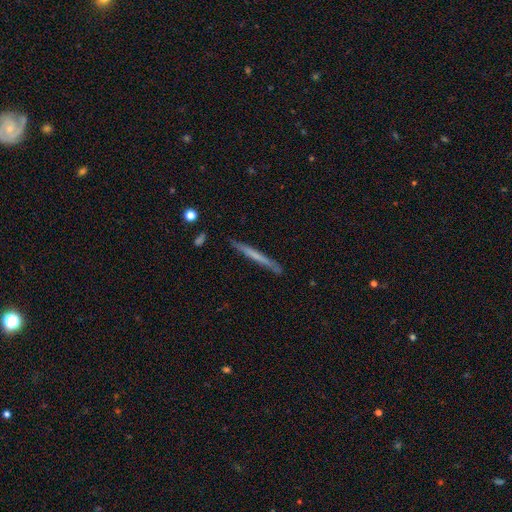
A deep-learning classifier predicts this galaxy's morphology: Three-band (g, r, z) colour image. It shows a smooth galaxy with no disk features (51%) that is cigar-shaped (97%). Merging: none (88%).